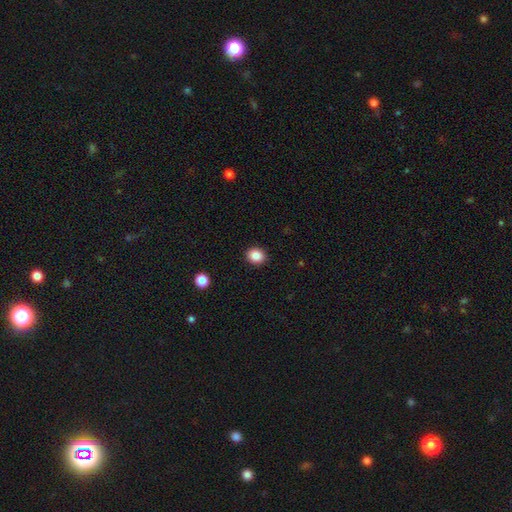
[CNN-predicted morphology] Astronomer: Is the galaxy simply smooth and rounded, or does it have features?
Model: smooth — 87%.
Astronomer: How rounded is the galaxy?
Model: round — 70%.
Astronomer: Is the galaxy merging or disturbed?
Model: none — 91%.